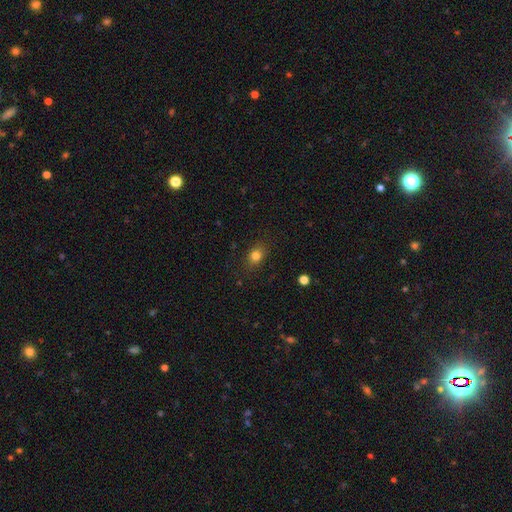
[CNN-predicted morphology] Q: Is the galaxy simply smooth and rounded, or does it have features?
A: smooth — 80%.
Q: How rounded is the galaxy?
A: in between — 59%.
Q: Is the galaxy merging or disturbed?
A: none — 84%.